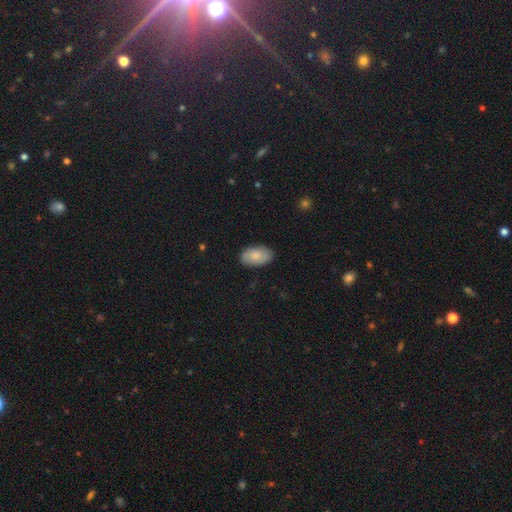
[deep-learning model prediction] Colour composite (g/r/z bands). It shows a smooth galaxy with no disk features (81%) that is in between round and cigar-shaped (94%). Merging: none (86%).